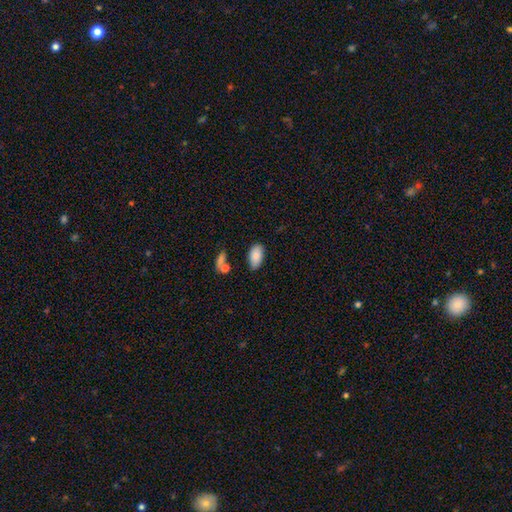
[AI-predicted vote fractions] Smooth or featured? Predicted: smooth (p=0.86). How rounded? Predicted: in between (p=0.94). Merging? Predicted: none (p=0.77).